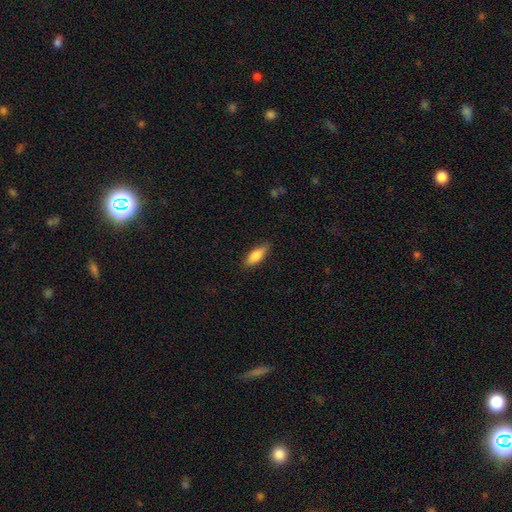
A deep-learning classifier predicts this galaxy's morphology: Q: Smooth or featured?
A: smooth (78%); runner-up: featured or disk (16%)
Q: How rounded?
A: in between (63%); runner-up: cigar-shaped (35%)
Q: Merging?
A: none (85%); runner-up: minor disturbance (11%)